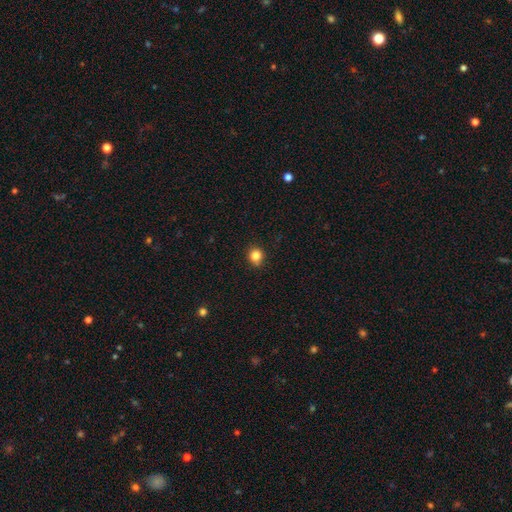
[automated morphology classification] smooth-or-featured: smooth: 84% | star or artifact: 12% | featured or disk: 5%
  how-rounded: round: 85% | in between: 14% | cigar-shaped: 1%
  merging: none: 86% | minor disturbance: 11% | major disturbance: 2% | merger: 1%